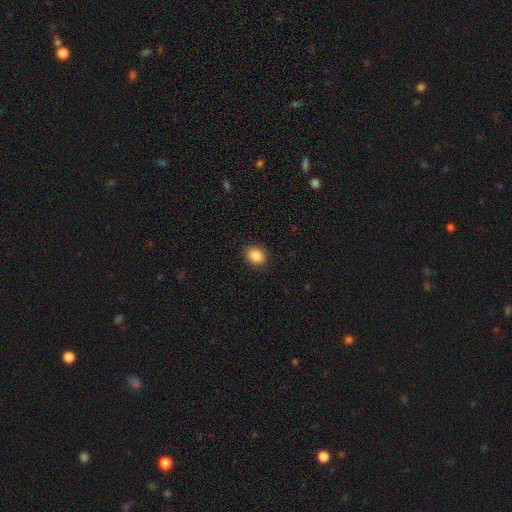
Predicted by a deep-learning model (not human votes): smooth 87%, star or artifact 9%, featured or disk 4%. Down the decision tree: how rounded — round (63%); merging — none (90%).